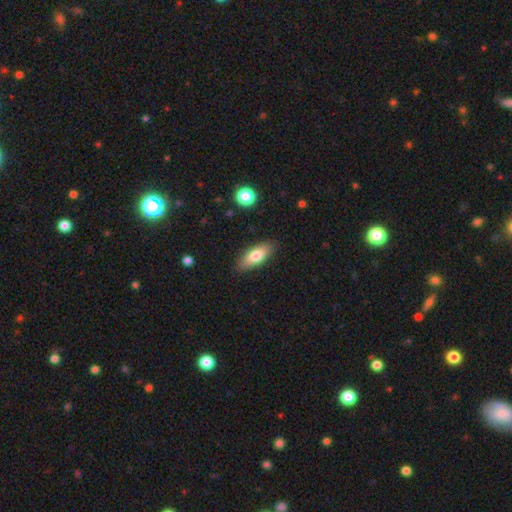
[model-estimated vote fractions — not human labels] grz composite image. It shows a smooth galaxy with no disk features (76%) that is in between round and cigar-shaped (76%). Merging: none (86%).